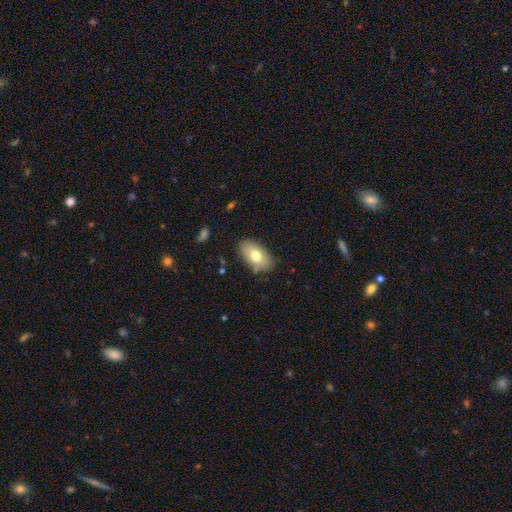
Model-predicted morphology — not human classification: This is likely a smooth galaxy (74%). How rounded: clearly in between (93%). Merging: clearly none (81%).